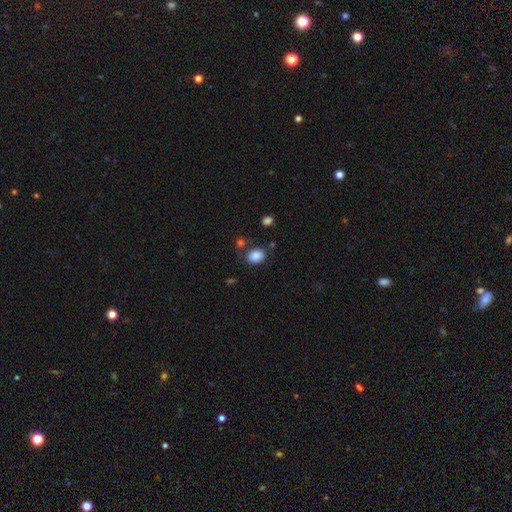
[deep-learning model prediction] smooth_or_featured: smooth (p=0.86) [alt: star or artifact p=0.09]
how_rounded: in between (p=0.60) [alt: round p=0.39]
merging: none (p=0.71) [alt: minor disturbance p=0.15]